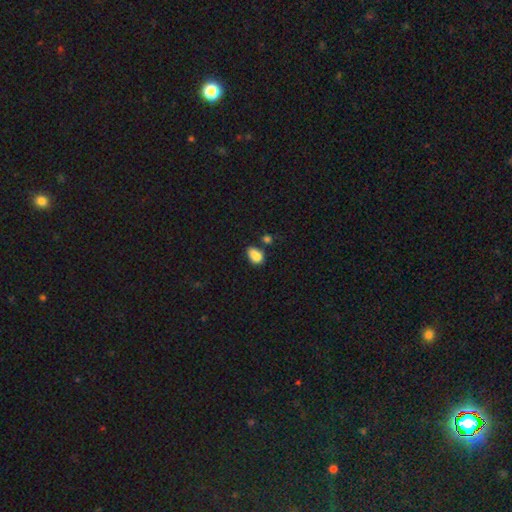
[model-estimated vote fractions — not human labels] smooth-or-featured: smooth: 83% | star or artifact: 10% | featured or disk: 7%
  how-rounded: in between: 81% | round: 17% | cigar-shaped: 2%
  merging: none: 46% | minor disturbance: 25% | merger: 20% | major disturbance: 8%